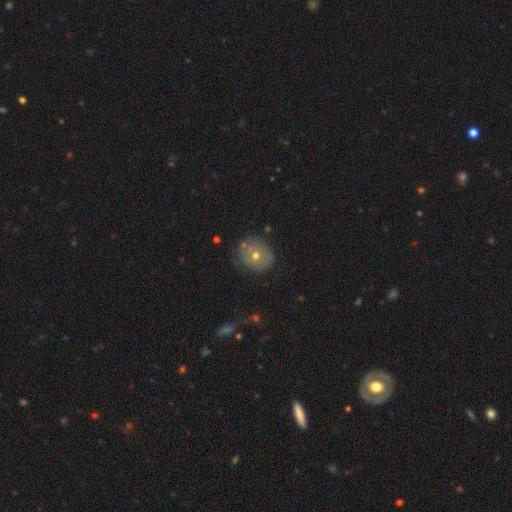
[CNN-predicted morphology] Overall: smooth (44%; featured or disk 42%). Merging: none (73%).